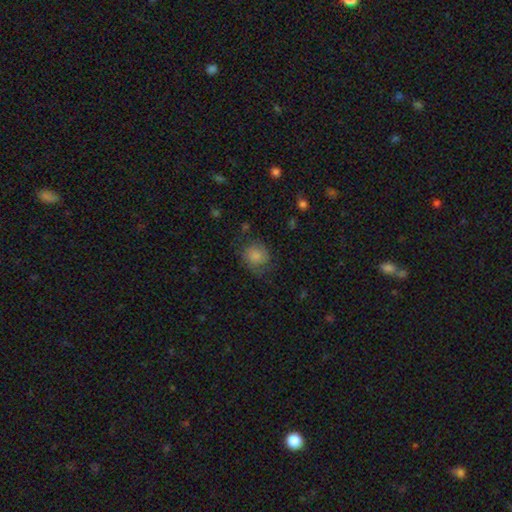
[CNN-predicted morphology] Q: Smooth or featured?
A: smooth (78%); runner-up: featured or disk (14%)
Q: How rounded?
A: round (79%); runner-up: in between (21%)
Q: Merging?
A: none (63%); runner-up: minor disturbance (24%)